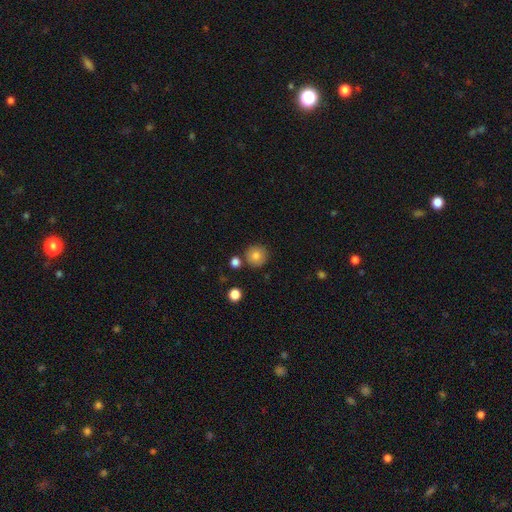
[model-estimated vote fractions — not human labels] A smooth galaxy with no disk features (82%) that is round (94%). Merging: none (82%).